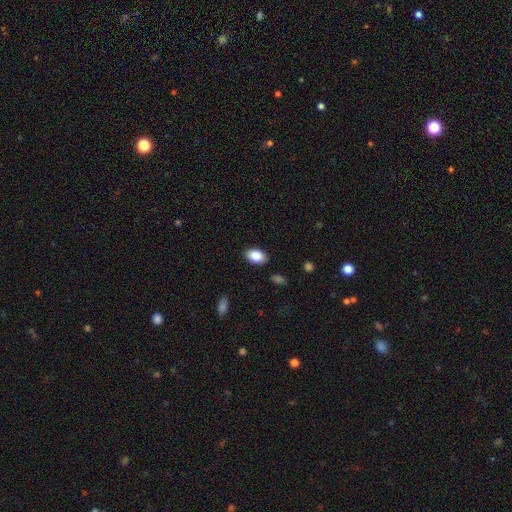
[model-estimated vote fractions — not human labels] Q: Smooth or featured?
A: smooth (86%); runner-up: star or artifact (7%)
Q: How rounded?
A: in between (92%); runner-up: round (6%)
Q: Merging?
A: none (88%); runner-up: minor disturbance (9%)